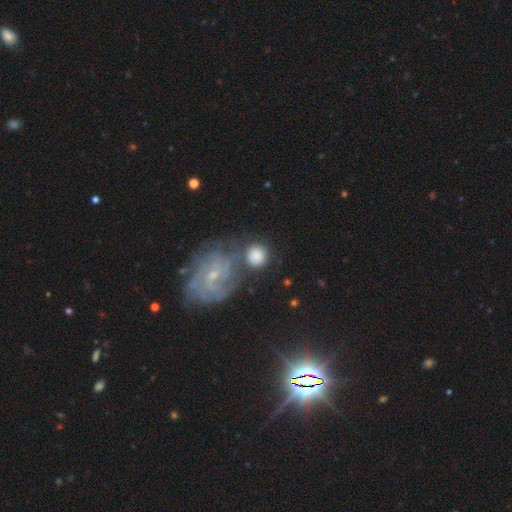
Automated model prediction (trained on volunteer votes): Smooth or featured?
  - smooth: 61% *
  - featured or disk: 30%
  - star or artifact: 9%
How rounded?
  - round: 88% *
  - in between: 10%
  - cigar-shaped: 1%
Merging?
  - none: 63% *
  - merger: 17%
  - minor disturbance: 13%
  - major disturbance: 6%